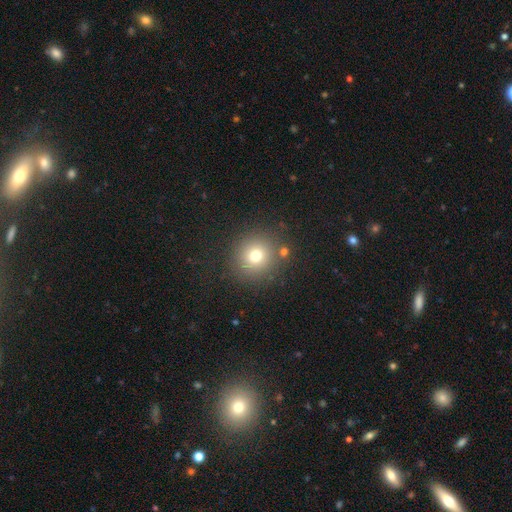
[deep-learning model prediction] This appears to be a smooth galaxy with no disk features (72%) that is round (92%). Merging: none (83%).